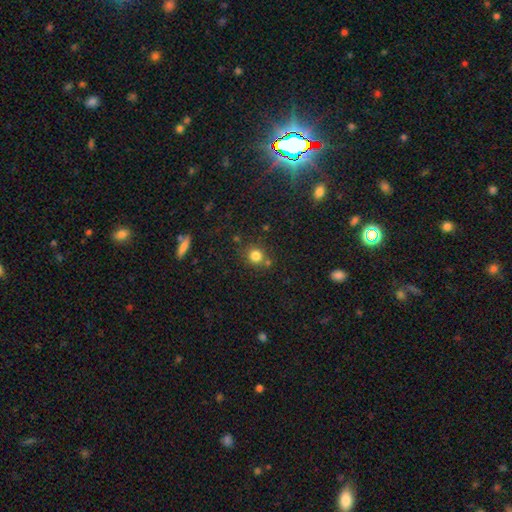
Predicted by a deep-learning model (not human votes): Overall: smooth (80%). How rounded: round (89%). Merging: none (73%).